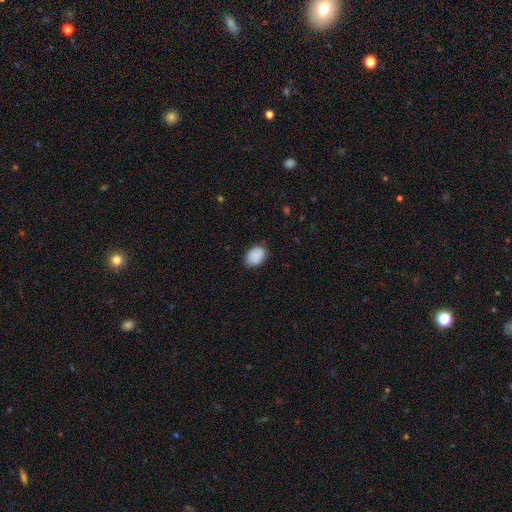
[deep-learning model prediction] A smooth galaxy with no disk features (89%) that is in between round and cigar-shaped (71%).

Vote fractions:
- Smooth or featured? smooth: 89% / star or artifact: 7% / featured or disk: 4%
- How rounded? in between: 71% / round: 28% / cigar-shaped: 1%
- Merging? none: 82% / minor disturbance: 14% / major disturbance: 3% / merger: 1%